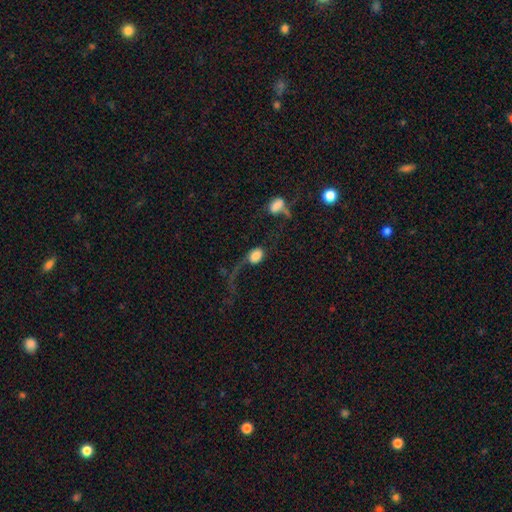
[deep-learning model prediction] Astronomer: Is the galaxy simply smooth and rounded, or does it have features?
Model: smooth — 60%.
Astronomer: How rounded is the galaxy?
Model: in between — 66%.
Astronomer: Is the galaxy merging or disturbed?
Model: major disturbance — 47%.